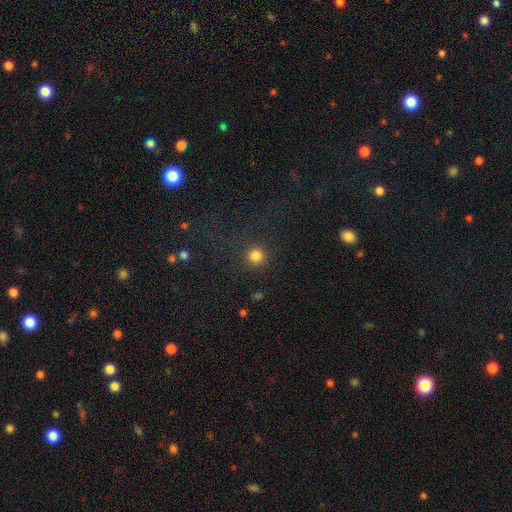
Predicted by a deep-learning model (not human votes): The model was most divided on "smooth or featured": smooth: 83%, star or artifact: 13%, featured or disk: 5%. More confident: how rounded — round (95%); merging — none (88%).